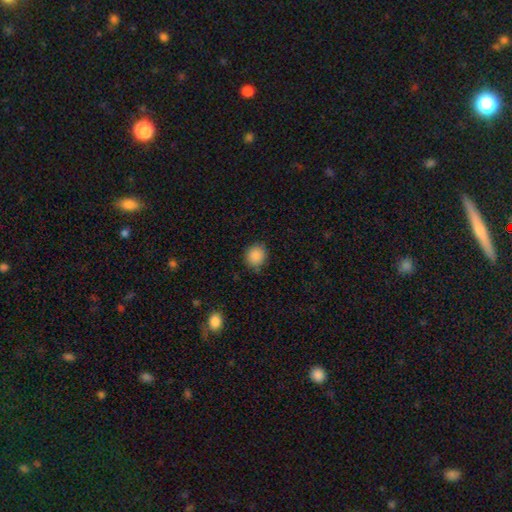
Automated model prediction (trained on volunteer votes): smooth-or-featured: smooth: 88% | star or artifact: 9% | featured or disk: 3%
  how-rounded: round: 78% | in between: 21% | cigar-shaped: 1%
  merging: none: 81% | minor disturbance: 14% | major disturbance: 3% | merger: 1%